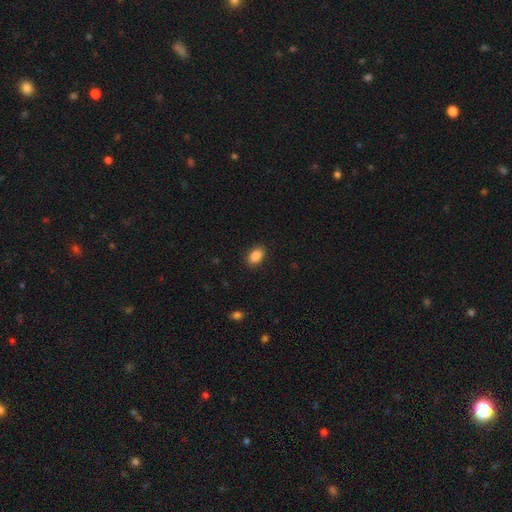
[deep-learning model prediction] A smooth galaxy with no disk features (88%) that is in between round and cigar-shaped (89%).

Vote fractions:
- Smooth or featured? smooth: 88% / star or artifact: 8% / featured or disk: 4%
- How rounded? in between: 89% / round: 9% / cigar-shaped: 2%
- Merging? none: 89% / minor disturbance: 8% / major disturbance: 2% / merger: 1%